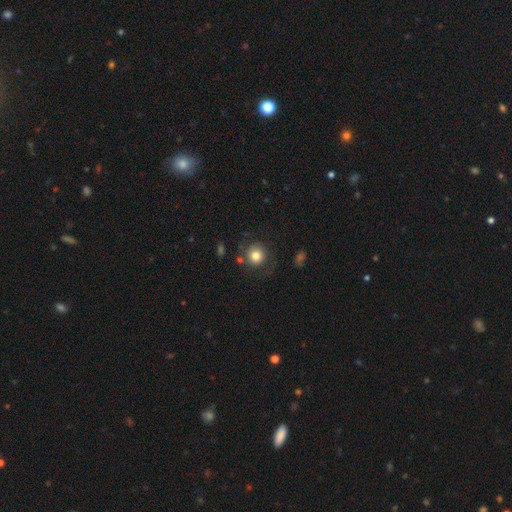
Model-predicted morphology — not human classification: This appears to be a smooth galaxy with no disk features (79%) that is round (91%). Merging: none (73%).